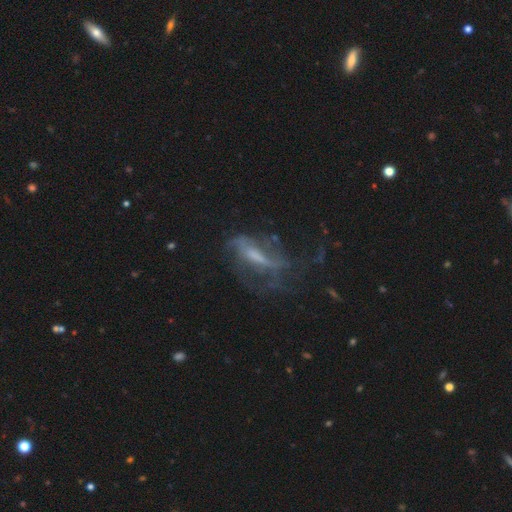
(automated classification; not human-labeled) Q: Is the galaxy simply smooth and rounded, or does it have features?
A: featured or disk — 64%.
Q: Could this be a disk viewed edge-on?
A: no — 76%.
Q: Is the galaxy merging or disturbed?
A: none — 40%.